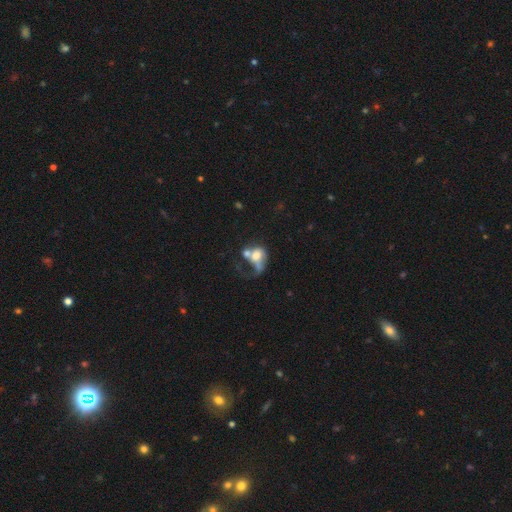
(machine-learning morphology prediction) Overall: smooth (50%; featured or disk 40%). How rounded: in between (61%; round 37%). Merging: merger (45%; major disturbance 35%).